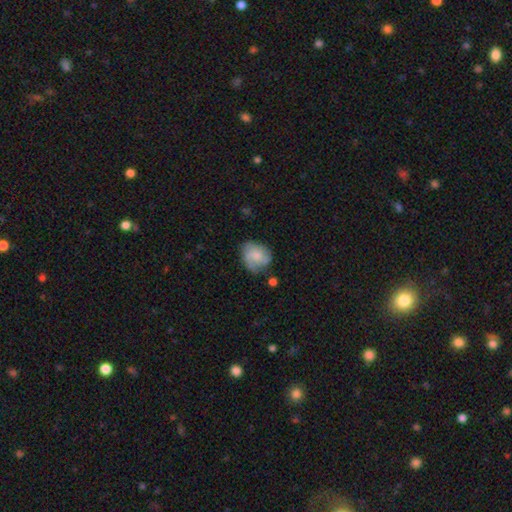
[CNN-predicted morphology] Overall: smooth (60%; featured or disk 32%). How rounded: round (63%; in between 36%). Merging: none (58%; minor disturbance 28%).